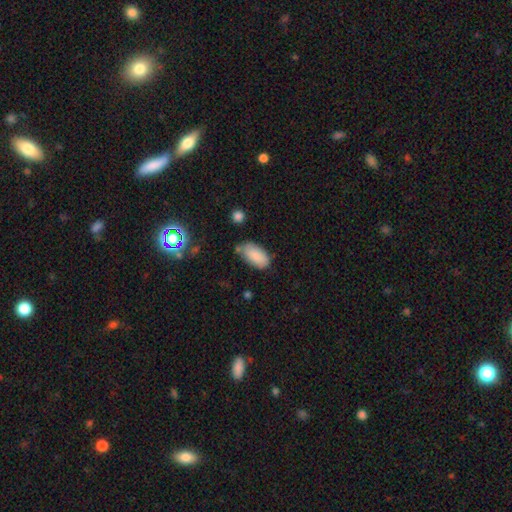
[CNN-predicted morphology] A smooth galaxy with no disk features (87%) that is in between round and cigar-shaped (94%). Merging: none (65%).